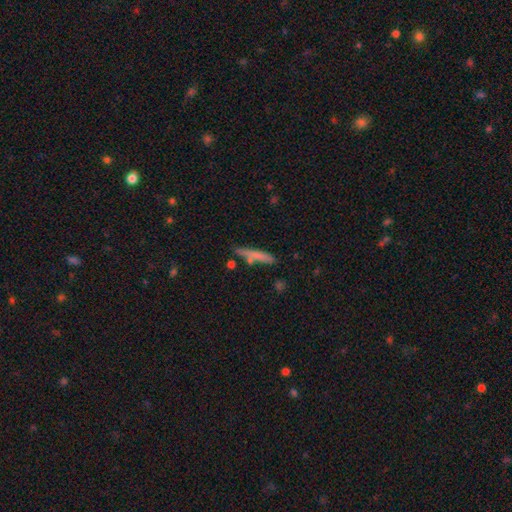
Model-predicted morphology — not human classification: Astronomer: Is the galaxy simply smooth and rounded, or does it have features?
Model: smooth — 69%.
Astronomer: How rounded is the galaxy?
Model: cigar-shaped — 91%.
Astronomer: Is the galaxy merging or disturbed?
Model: none — 68%.